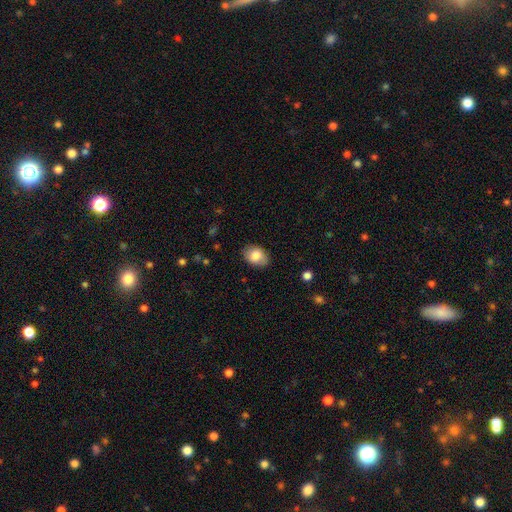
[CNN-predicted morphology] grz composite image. It shows a smooth galaxy with no disk features (81%) that is in between round and cigar-shaped (76%). Merging: none (80%).